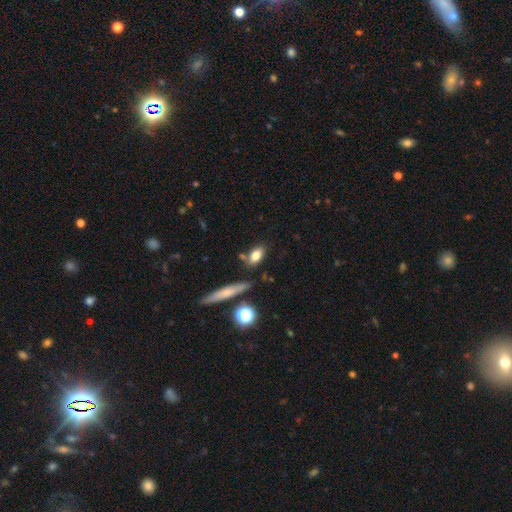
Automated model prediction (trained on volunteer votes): This is likely a smooth galaxy (78%). How rounded: likely in between (80%). Merging: likely none (73%).